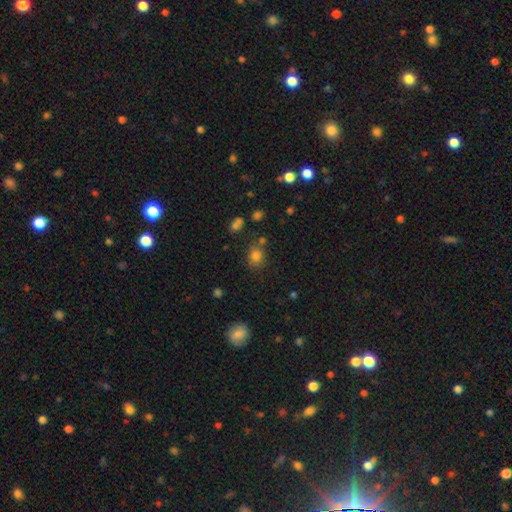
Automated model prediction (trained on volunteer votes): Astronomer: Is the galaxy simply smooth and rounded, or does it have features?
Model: smooth — 78%.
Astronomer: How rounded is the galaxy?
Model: round — 59% (runner-up: in between, 40%).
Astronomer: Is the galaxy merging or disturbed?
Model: none — 73%.